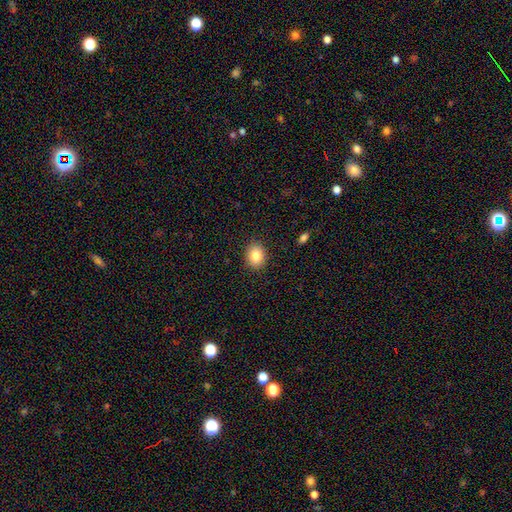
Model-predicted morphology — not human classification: smooth 84%, star or artifact 9%, featured or disk 7%. Down the decision tree: how rounded — round (51%); merging — none (89%).